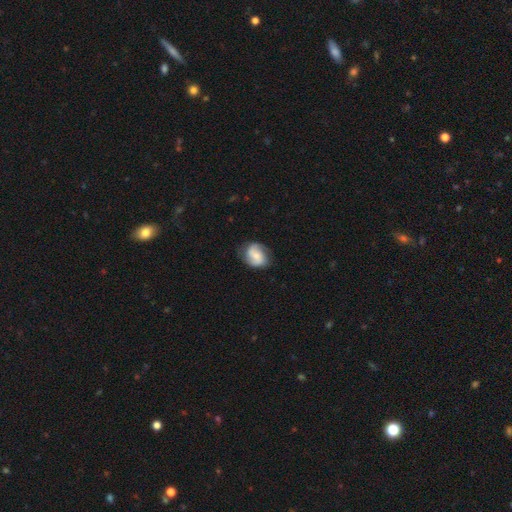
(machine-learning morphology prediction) Smooth or featured: featured or disk — 56% (smooth — 36%)
Edge-on disk: no — 97% (yes — 3%)
Bar: no — 53% (weak — 35%)
Spiral arms: yes — 90% (no — 10%)
Bulge size: small — 47% (moderate — 38%)
Merging: none — 72% (minor disturbance — 20%)